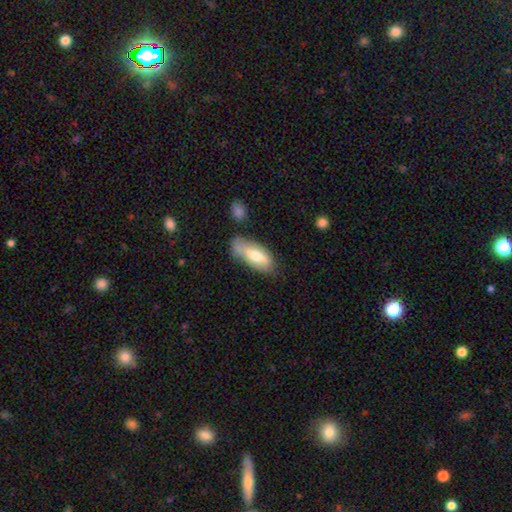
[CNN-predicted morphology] Q: Smooth or featured?
A: smooth (64%); runner-up: featured or disk (30%)
Q: How rounded?
A: in between (81%); runner-up: cigar-shaped (17%)
Q: Merging?
A: none (51%); runner-up: minor disturbance (30%)